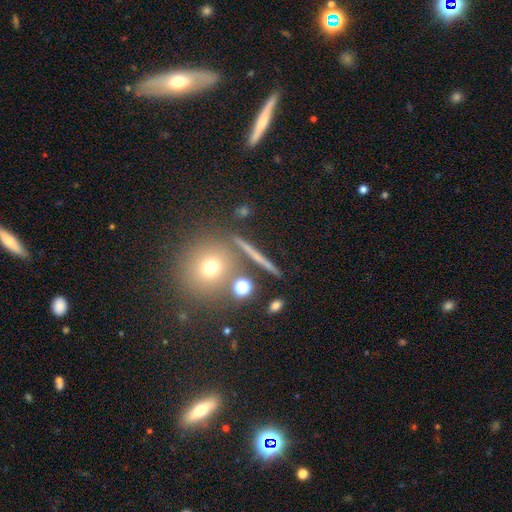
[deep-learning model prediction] A smooth galaxy with no disk features (43%).

Vote fractions:
- Smooth or featured? smooth: 43% / featured or disk: 37% / star or artifact: 20%
- Merging? none: 84% / minor disturbance: 7% / merger: 5% / major disturbance: 3%